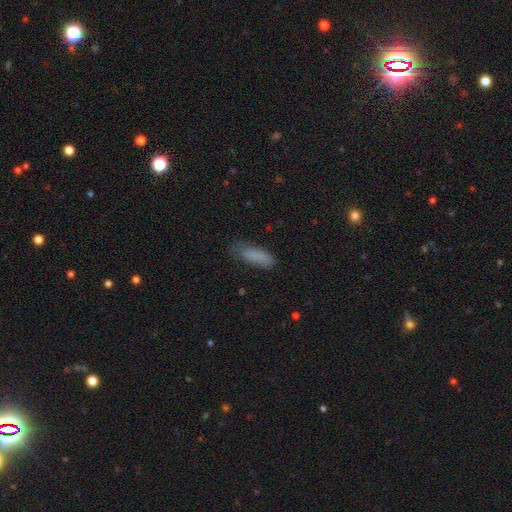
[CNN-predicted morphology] This is clearly a smooth galaxy (84%). How rounded: possibly in between (51%). Merging: likely none (71%).